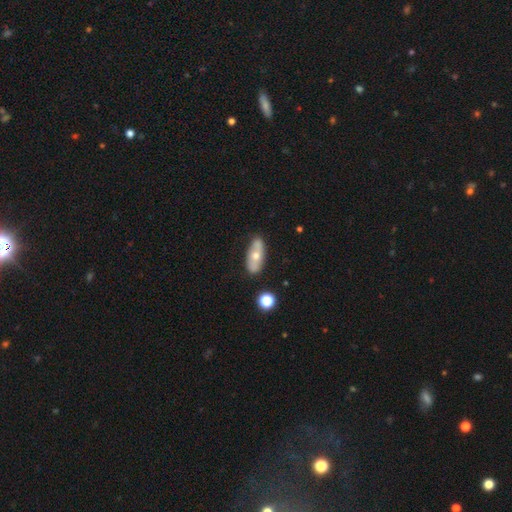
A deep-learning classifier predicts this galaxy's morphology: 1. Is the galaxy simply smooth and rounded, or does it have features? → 51% smooth, 43% featured or disk, 7% star or artifact.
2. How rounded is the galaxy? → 77% in between, 18% cigar-shaped, 5% round.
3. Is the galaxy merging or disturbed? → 75% none, 17% minor disturbance, 5% merger, 3% major disturbance.